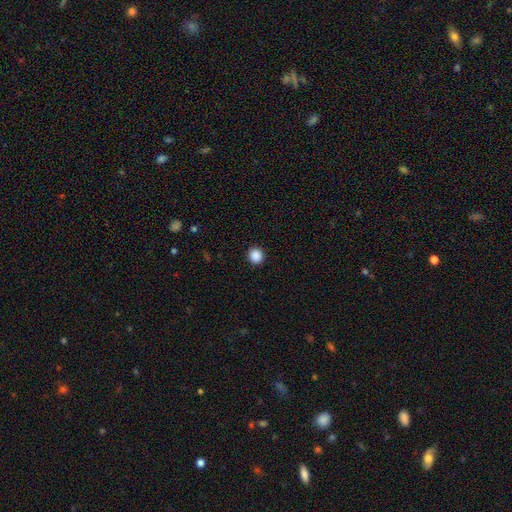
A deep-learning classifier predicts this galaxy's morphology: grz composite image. It shows a smooth galaxy with no disk features (88%) that is round (92%). Merging: none (93%).